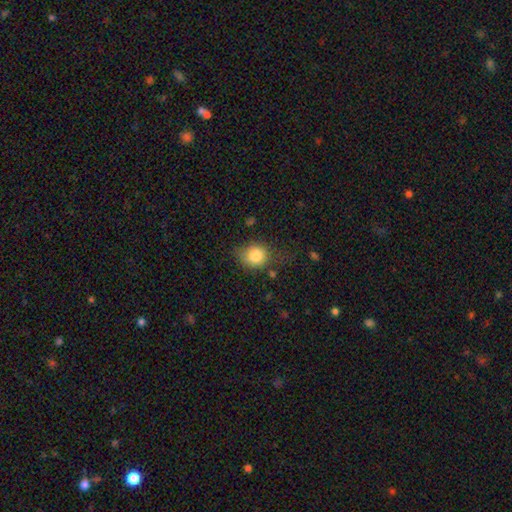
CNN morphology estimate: smooth-or-featured: smooth: 82% | star or artifact: 10% | featured or disk: 8%
  how-rounded: round: 71% | in between: 28% | cigar-shaped: 1%
  merging: none: 62% | minor disturbance: 26% | major disturbance: 9% | merger: 3%